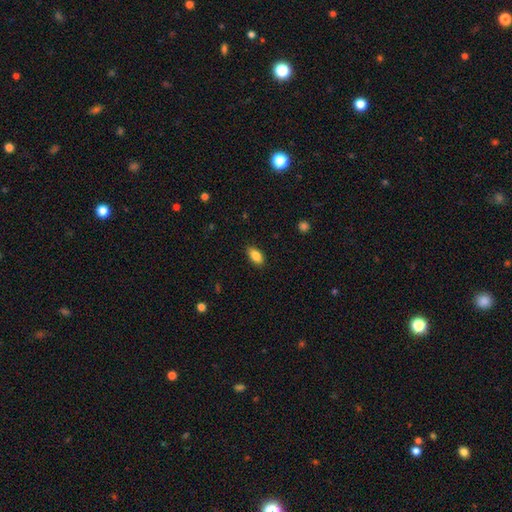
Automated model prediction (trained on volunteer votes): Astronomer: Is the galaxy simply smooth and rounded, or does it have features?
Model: smooth — 86%.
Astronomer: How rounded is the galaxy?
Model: in between — 91%.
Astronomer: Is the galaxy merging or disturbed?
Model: none — 87%.